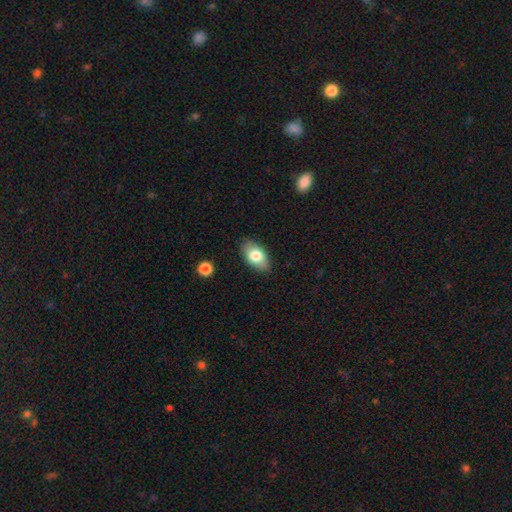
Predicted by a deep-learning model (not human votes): Morphology: type=smooth (76%); roundness=in between (91%); merging=none (85%).